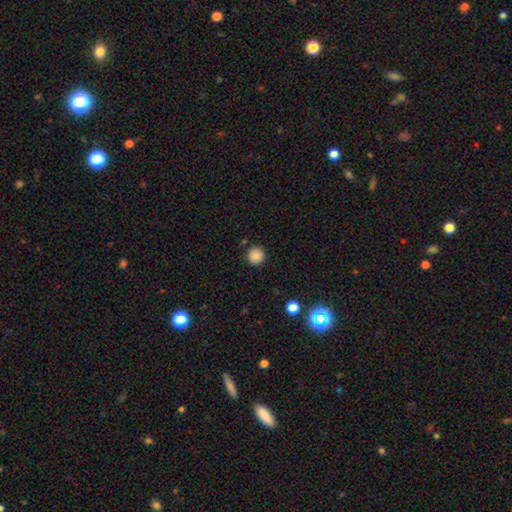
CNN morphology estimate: The model was most divided on "smooth or featured": smooth: 87%, star or artifact: 10%, featured or disk: 3%. More confident: how rounded — round (95%); merging — none (90%).